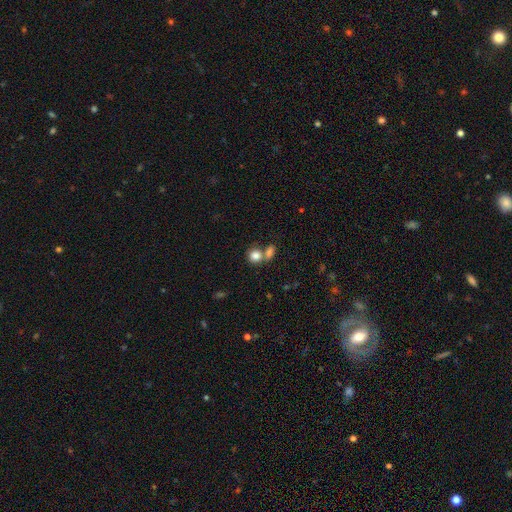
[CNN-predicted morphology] Q: Smooth or featured?
A: smooth (82%); runner-up: star or artifact (9%)
Q: How rounded?
A: round (74%); runner-up: in between (24%)
Q: Merging?
A: none (44%); runner-up: merger (43%)